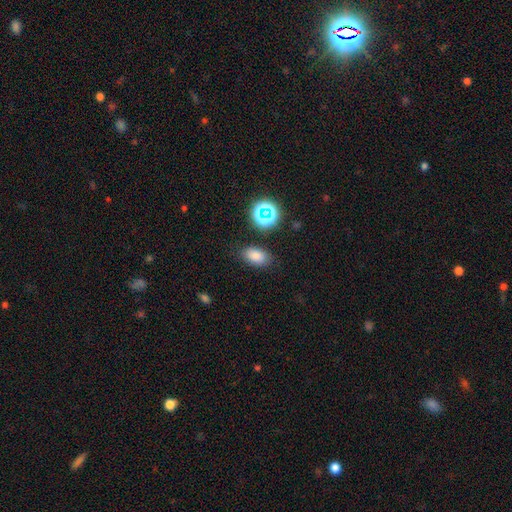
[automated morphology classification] Smooth or featured?
  - smooth: 78% *
  - star or artifact: 15%
  - featured or disk: 7%
How rounded?
  - in between: 87% *
  - round: 11%
  - cigar-shaped: 2%
Merging?
  - none: 83% *
  - minor disturbance: 12%
  - major disturbance: 4%
  - merger: 2%